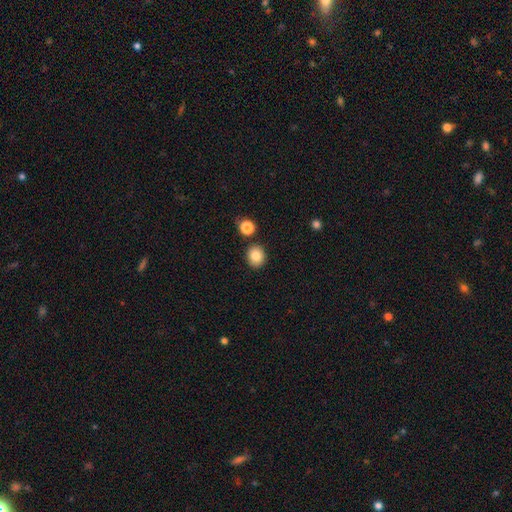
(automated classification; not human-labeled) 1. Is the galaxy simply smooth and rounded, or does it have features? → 83% smooth, 10% star or artifact, 7% featured or disk.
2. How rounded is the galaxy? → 73% round, 26% in between, 1% cigar-shaped.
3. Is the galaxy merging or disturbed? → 86% none, 7% minor disturbance, 5% merger, 2% major disturbance.